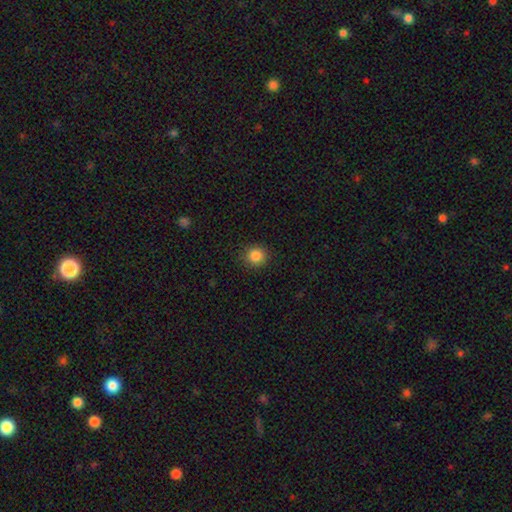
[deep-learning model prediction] Smooth or featured: smooth — 86% (star or artifact — 11%)
How rounded: round — 91% (in between — 8%)
Merging: none — 89% (minor disturbance — 7%)